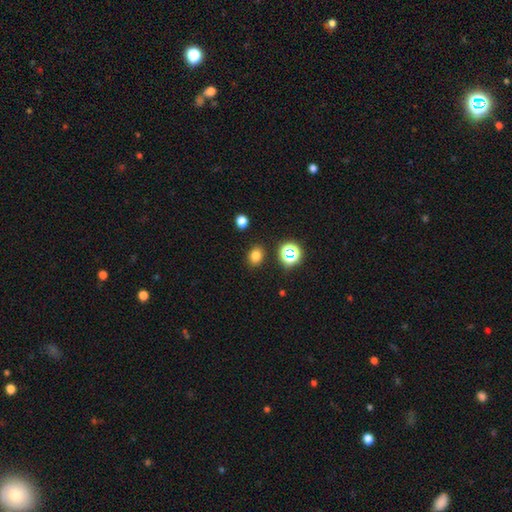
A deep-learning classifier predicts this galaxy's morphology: Smooth or featured? Predicted: smooth (p=0.77). How rounded? Predicted: round (p=0.51). Merging? Predicted: none (p=0.86).